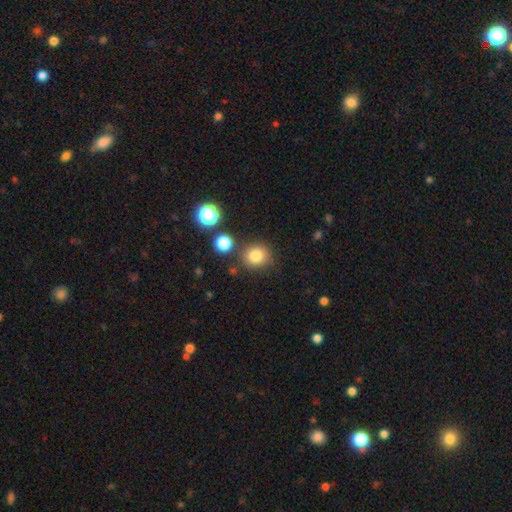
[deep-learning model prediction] Q: Smooth or featured?
A: smooth (82%); runner-up: star or artifact (12%)
Q: How rounded?
A: round (84%); runner-up: in between (15%)
Q: Merging?
A: none (82%); runner-up: minor disturbance (9%)